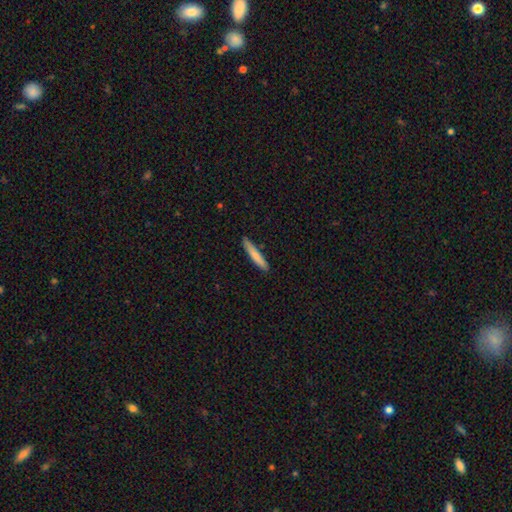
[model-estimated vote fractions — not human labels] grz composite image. It shows a smooth galaxy with no disk features (77%) that is cigar-shaped (94%). Merging: none (87%).